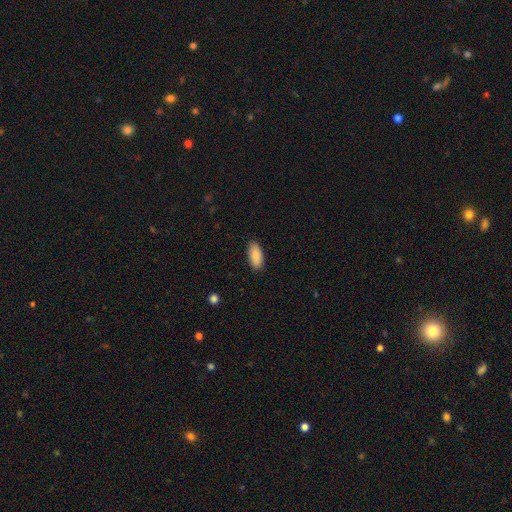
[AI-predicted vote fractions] The model was most divided on "how rounded": in between: 88%, cigar-shaped: 10%, round: 2%. More confident: smooth or featured — smooth (90%); merging — none (88%).